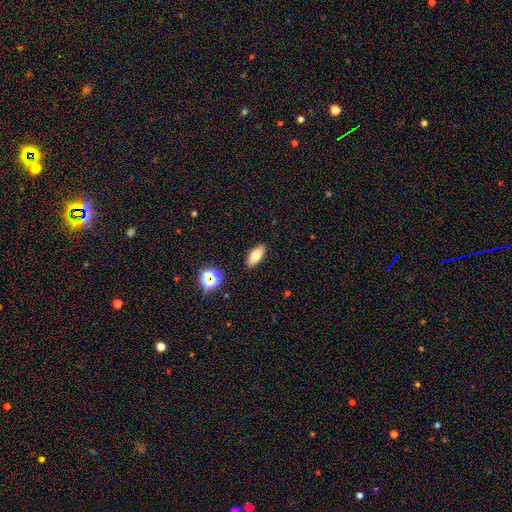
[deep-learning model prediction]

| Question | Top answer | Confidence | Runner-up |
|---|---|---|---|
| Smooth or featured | smooth | 74% | featured or disk (15%) |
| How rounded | in between | 84% | cigar-shaped (11%) |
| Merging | none | 89% | minor disturbance (8%) |